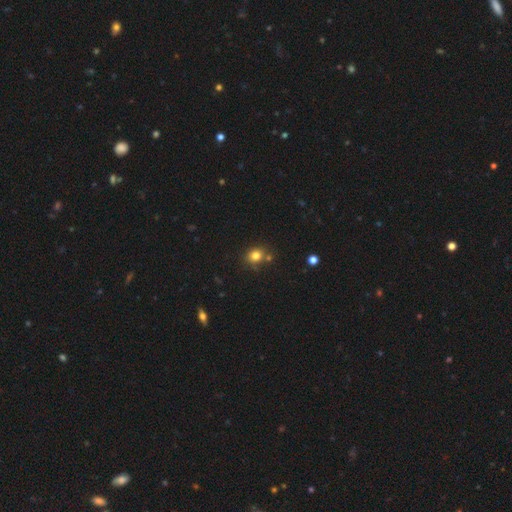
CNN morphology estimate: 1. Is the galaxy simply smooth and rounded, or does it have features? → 80% smooth, 13% star or artifact, 7% featured or disk.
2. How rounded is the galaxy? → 73% round, 26% in between, 1% cigar-shaped.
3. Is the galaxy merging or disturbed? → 72% none, 13% minor disturbance, 12% merger, 3% major disturbance.